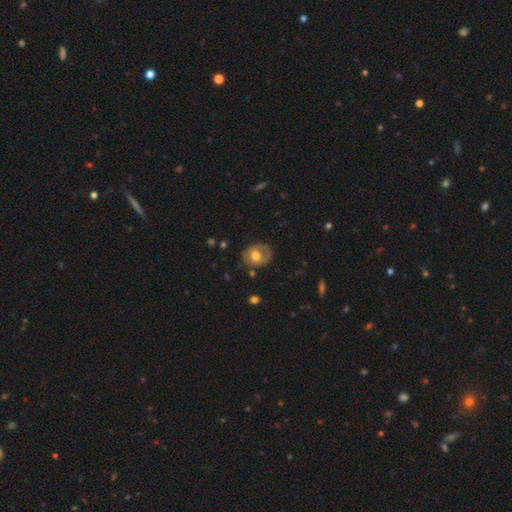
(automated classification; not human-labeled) Smooth or featured? smooth (57%)
How rounded? round (65%)
Merging? none (72%)